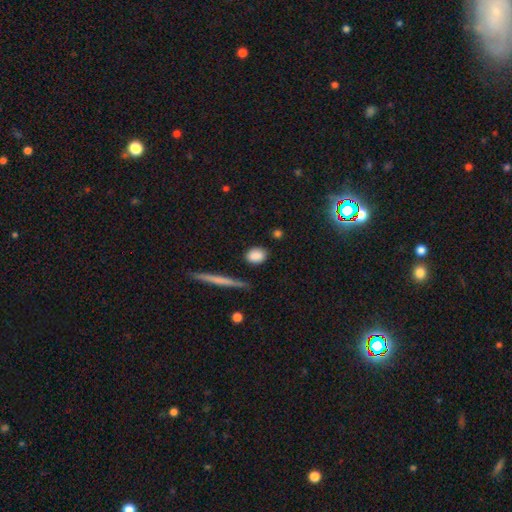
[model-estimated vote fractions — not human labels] Smooth or featured: smooth — 87% (star or artifact — 7%)
How rounded: in between — 58% (round — 36%)
Merging: none — 83% (minor disturbance — 11%)